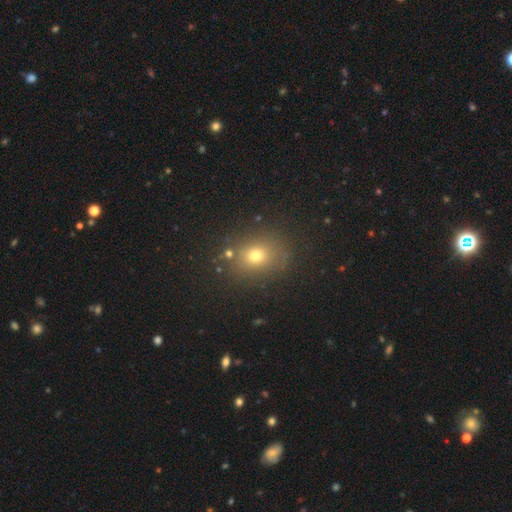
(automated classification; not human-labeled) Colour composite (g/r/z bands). It shows a smooth galaxy with no disk features (68%) that is round (60%). Merging: none (82%).